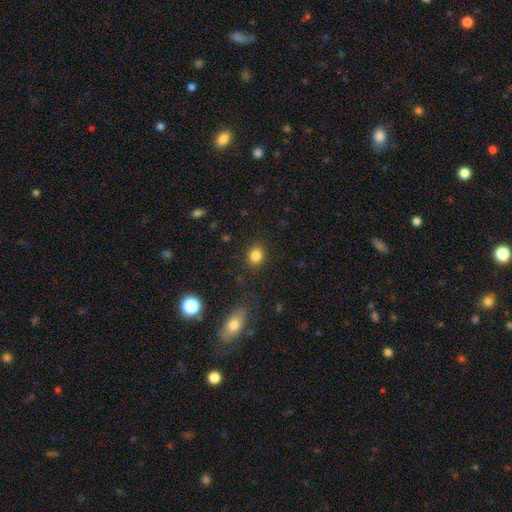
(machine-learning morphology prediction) smooth 83%, star or artifact 11%, featured or disk 5%. Down the decision tree: how rounded — round (70%); merging — none (87%).